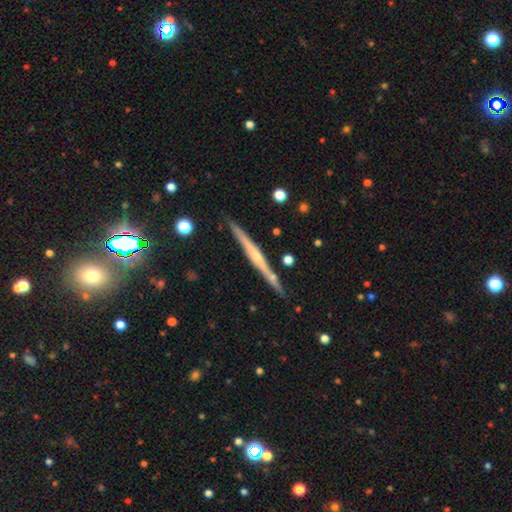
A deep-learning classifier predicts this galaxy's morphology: A featured or disk galaxy (75%) viewed edge-on (98%) with a rounded central bulge (67%). Merging: none (87%).